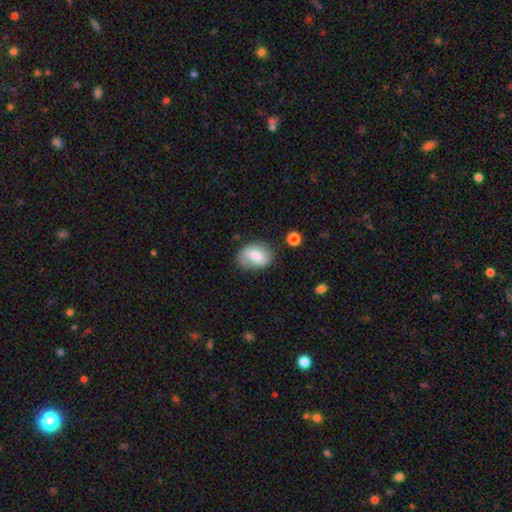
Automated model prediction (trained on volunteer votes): Morphology: type=smooth (71%); roundness=in between (75%); merging=none (70%).